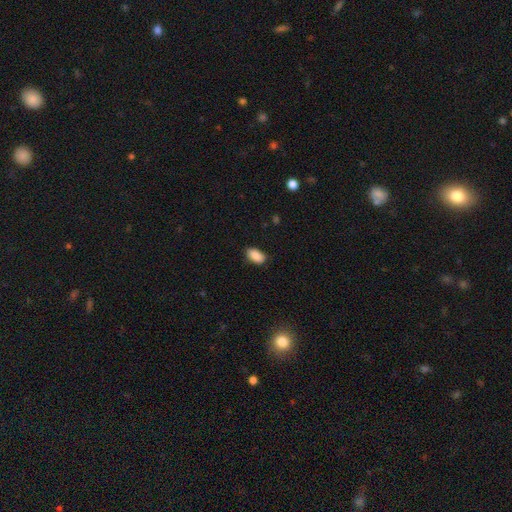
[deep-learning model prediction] Smooth or featured: smooth — 89% (star or artifact — 7%)
How rounded: in between — 93% (round — 4%)
Merging: none — 83% (minor disturbance — 13%)